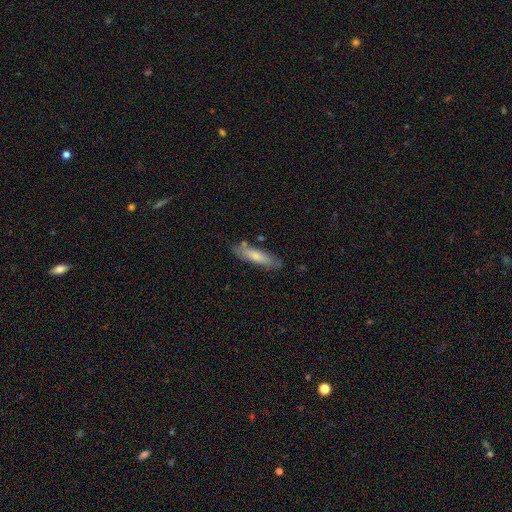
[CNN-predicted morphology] smooth-or-featured: smooth: 66% | featured or disk: 28% | star or artifact: 6%
  how-rounded: cigar-shaped: 69% | in between: 29% | round: 1%
  merging: none: 73% | minor disturbance: 19% | merger: 5% | major disturbance: 4%